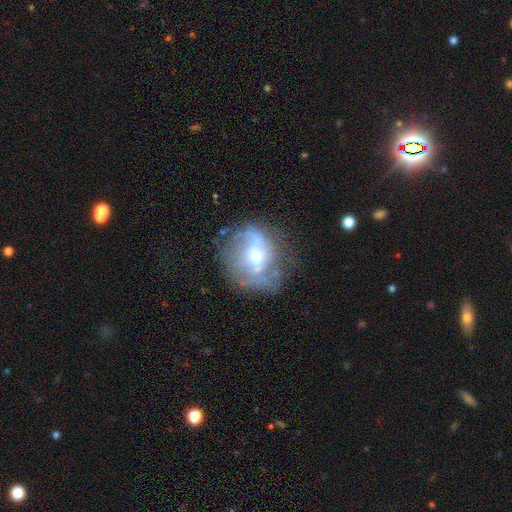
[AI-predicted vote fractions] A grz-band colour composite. It shows a featured or disk galaxy (61%) with no bar (42%), no spiral arms (65%) and a moderate central bulge (53%). Merging: none (53%).